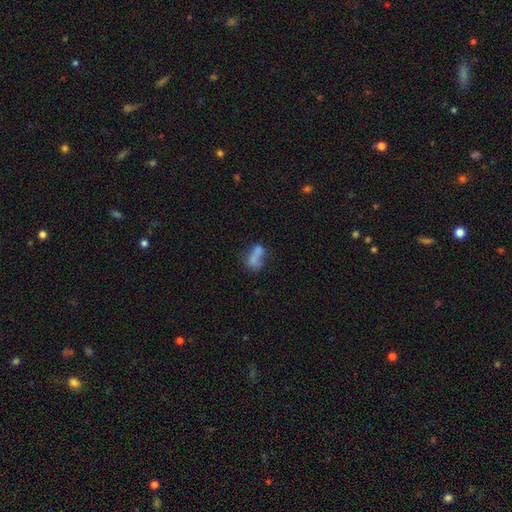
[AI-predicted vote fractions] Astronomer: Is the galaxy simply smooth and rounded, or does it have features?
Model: smooth — 68%.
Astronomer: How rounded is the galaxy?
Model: in between — 76%.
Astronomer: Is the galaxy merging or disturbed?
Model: merger — 48% (runner-up: none, 24%).